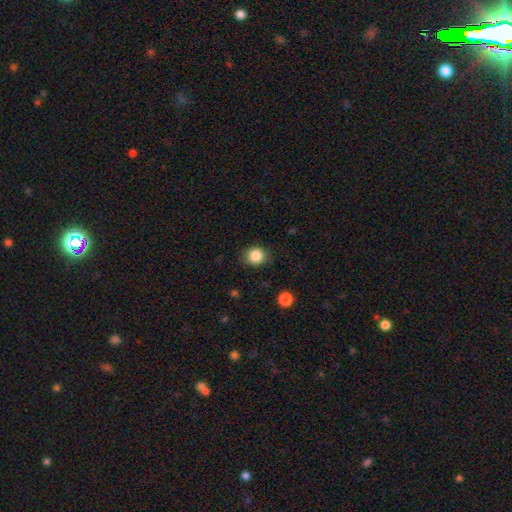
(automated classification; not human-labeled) Overall: smooth (86%). How rounded: round (79%). Merging: none (83%).